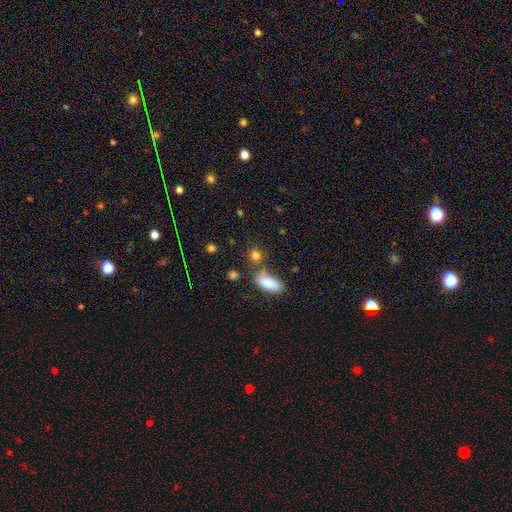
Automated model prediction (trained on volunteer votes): Q: Smooth or featured?
A: smooth (81%); runner-up: star or artifact (13%)
Q: How rounded?
A: round (50%); runner-up: in between (43%)
Q: Merging?
A: none (63%); runner-up: merger (17%)